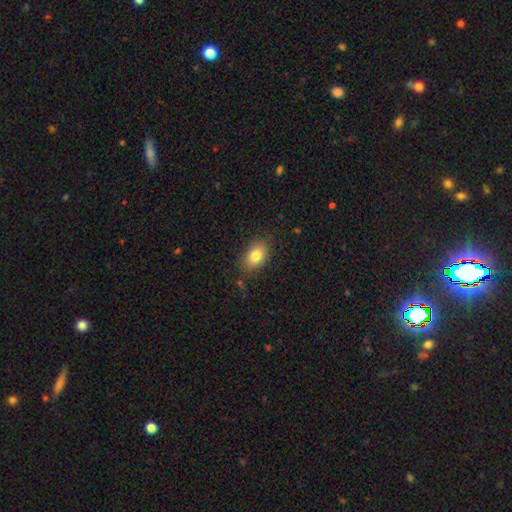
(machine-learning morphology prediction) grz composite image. It shows a smooth galaxy with no disk features (81%) that is in between round and cigar-shaped (82%). Merging: none (82%).